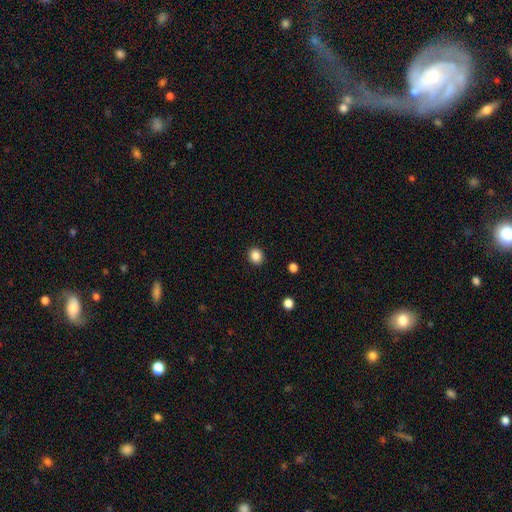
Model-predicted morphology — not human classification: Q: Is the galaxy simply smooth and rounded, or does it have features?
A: smooth — 86%.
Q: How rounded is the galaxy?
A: round — 78%.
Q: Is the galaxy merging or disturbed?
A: none — 91%.